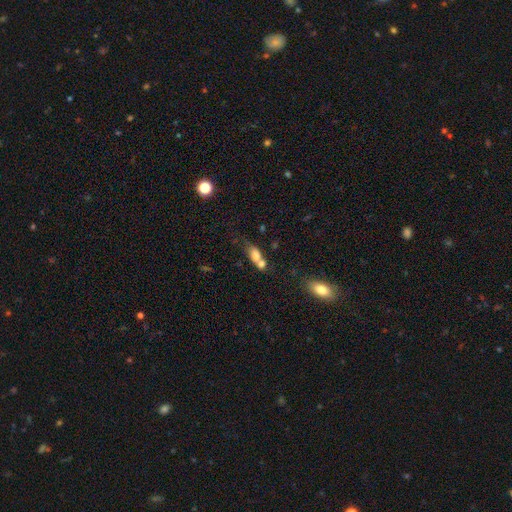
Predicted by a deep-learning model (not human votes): Smooth or featured: smooth — 72% (featured or disk — 18%)
How rounded: in between — 72% (round — 17%)
Merging: merger — 56% (none — 27%)